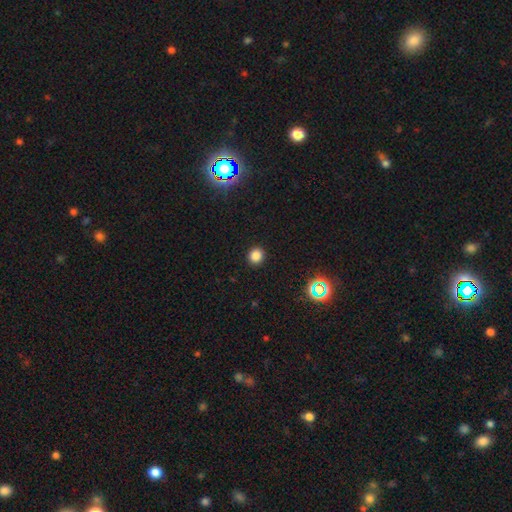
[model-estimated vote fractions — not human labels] The model was most divided on "smooth or featured": smooth: 81%, star or artifact: 15%, featured or disk: 4%. More confident: merging — none (92%); how rounded — round (88%).